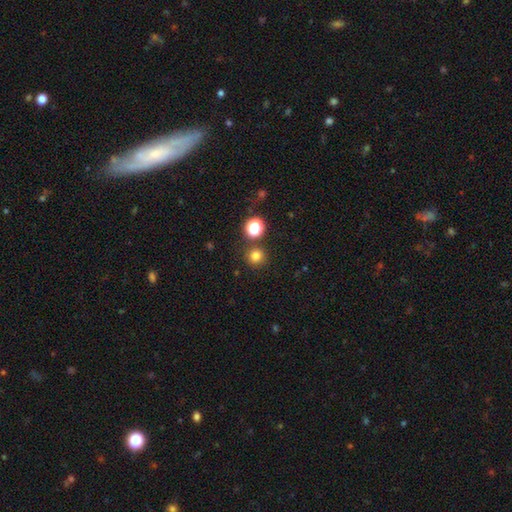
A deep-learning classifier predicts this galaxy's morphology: This is likely a smooth galaxy (78%). How rounded: clearly round (92%). Merging: clearly none (83%).